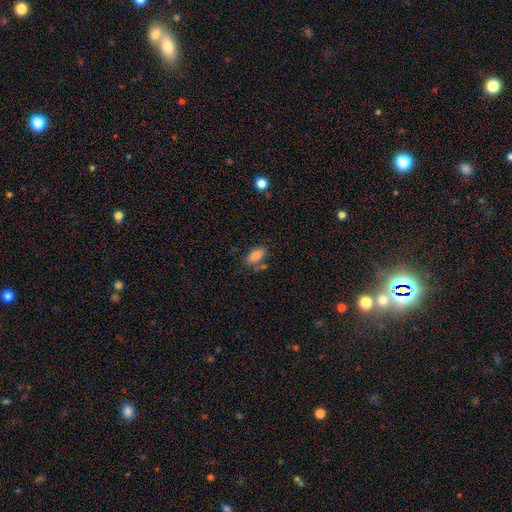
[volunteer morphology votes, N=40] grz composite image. It shows a smooth galaxy with no disk features (82%) that is in between round and cigar-shaped (91%). Merging: none (73%).